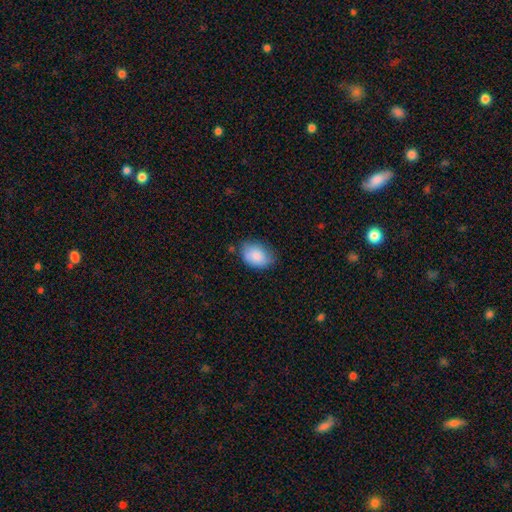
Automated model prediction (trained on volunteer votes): Smooth or featured? Predicted: smooth (p=0.87). How rounded? Predicted: in between (p=0.79). Merging? Predicted: none (p=0.67).